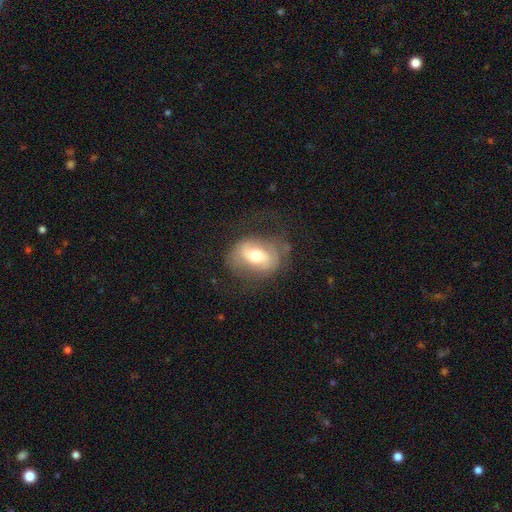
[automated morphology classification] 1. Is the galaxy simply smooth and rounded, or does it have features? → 50% featured or disk, 42% smooth, 8% star or artifact.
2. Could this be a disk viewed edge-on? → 93% no, 7% yes.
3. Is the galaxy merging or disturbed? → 56% none, 23% minor disturbance, 19% major disturbance, 2% merger.